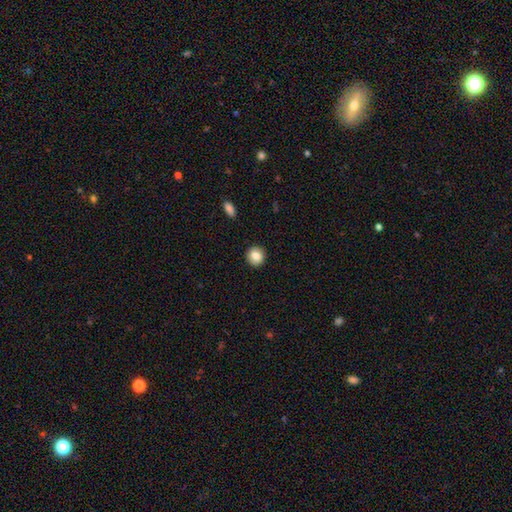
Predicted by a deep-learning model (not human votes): A smooth galaxy with no disk features (83%) that is round (90%).

Vote fractions:
- Smooth or featured? smooth: 83% / featured or disk: 9% / star or artifact: 8%
- How rounded? round: 90% / in between: 9% / cigar-shaped: 1%
- Merging? none: 90% / minor disturbance: 7% / major disturbance: 2% / merger: 1%